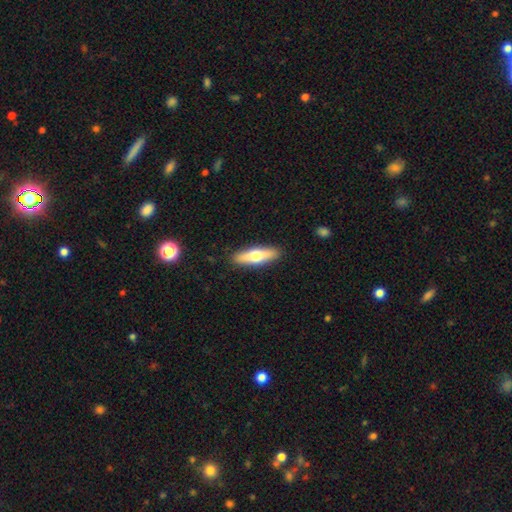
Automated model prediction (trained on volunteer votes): Morphology: type=smooth (55%); roundness=cigar-shaped (58%); merging=none (90%).